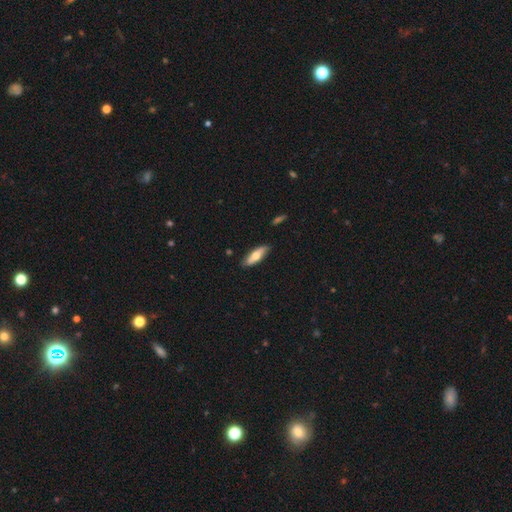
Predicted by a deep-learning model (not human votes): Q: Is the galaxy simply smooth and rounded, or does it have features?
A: smooth — 57%.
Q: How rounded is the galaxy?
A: in between — 51%.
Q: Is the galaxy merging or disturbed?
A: none — 85%.